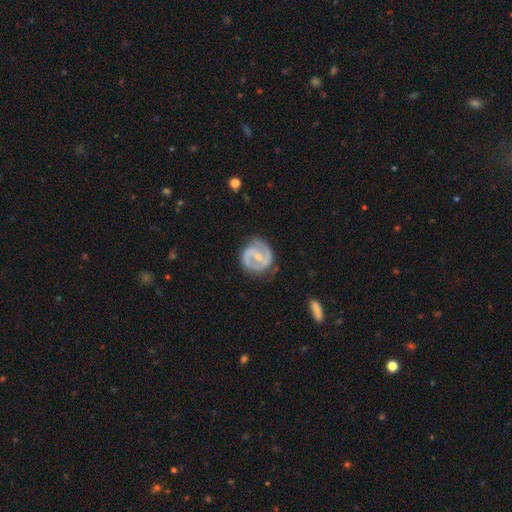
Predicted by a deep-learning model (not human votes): A featured or disk galaxy (84%) with a weak bar (44%), 2 (87%) medium (48%) spiral arms (92%) and a small central bulge (58%).

Vote fractions:
- Smooth or featured? featured or disk: 84% / smooth: 11% / star or artifact: 4%
- Edge-on disk? no: 98% / yes: 2%
- Bar? weak: 44% / strong: 29% / no: 28%
- Spiral arms? yes: 92% / no: 8%
- Spiral winding? medium: 48% / tight: 38% / loose: 15%
- Spiral arm count? 2: 87% / can't tell: 5% / 1: 4% / 3: 2% / 4: 1% / more than 4: 1%
- Bulge size? small: 58% / moderate: 37% / none: 2% / large: 1% / dominant: 1%
- Merging? none: 74% / minor disturbance: 18% / major disturbance: 6% / merger: 2%